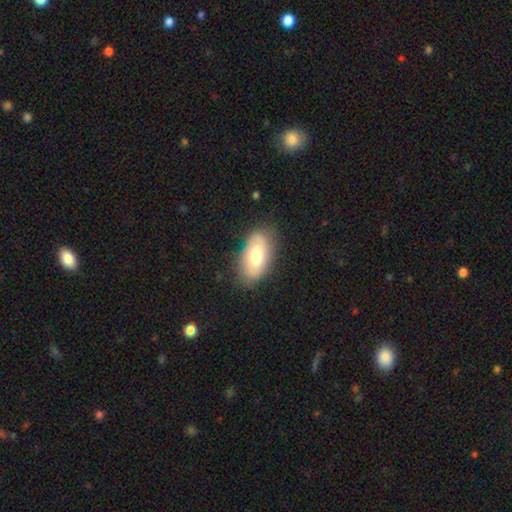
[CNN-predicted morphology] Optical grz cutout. It shows a smooth galaxy with no disk features (63%) that is in between round and cigar-shaped (93%). Merging: none (77%).